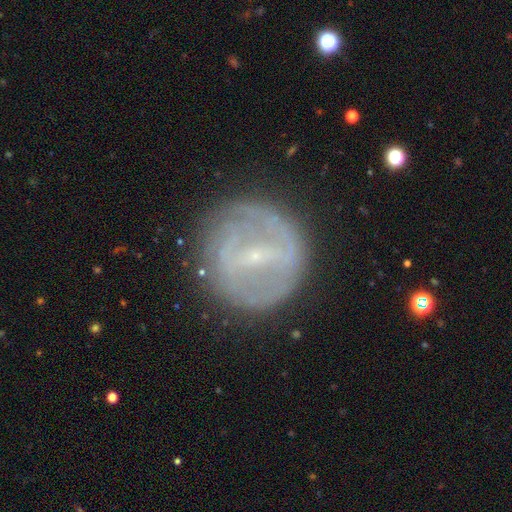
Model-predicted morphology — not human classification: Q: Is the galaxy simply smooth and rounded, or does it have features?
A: featured or disk — 72%.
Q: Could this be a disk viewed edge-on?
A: no — 94%.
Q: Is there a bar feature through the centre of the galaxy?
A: strong — 51%.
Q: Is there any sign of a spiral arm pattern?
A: yes — 50%, tied with no.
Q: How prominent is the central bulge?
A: small — 84%.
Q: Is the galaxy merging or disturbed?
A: none — 79%.